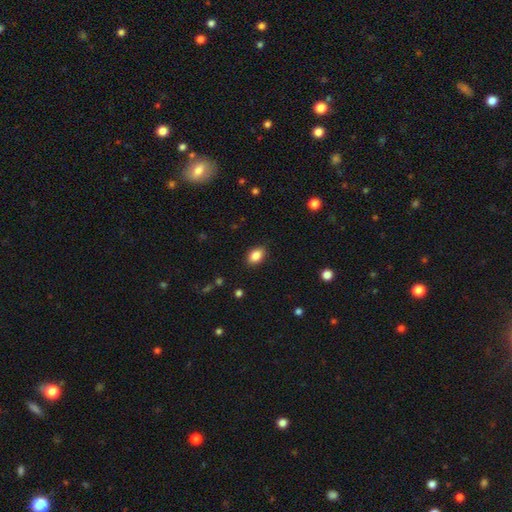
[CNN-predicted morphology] Smooth or featured: smooth — 86% (star or artifact — 8%)
How rounded: in between — 84% (round — 15%)
Merging: none — 88% (minor disturbance — 9%)